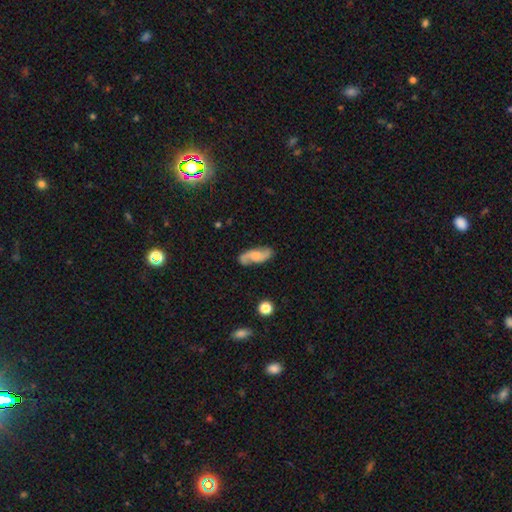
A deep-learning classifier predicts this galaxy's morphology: The model was most divided on "spiral winding": loose: 48%, medium: 39%, tight: 13%. Remaining: spiral arms — yes (96%); edge-on disk — no (94%); spiral arm count — 2 (92%); merging — none (80%); smooth or featured — featured or disk (73%); bar — no (58%); bulge size — none (38%).